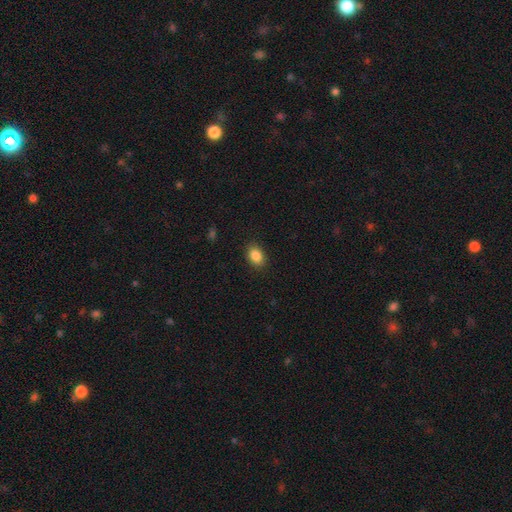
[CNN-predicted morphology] This appears to be a smooth galaxy with no disk features (88%) that is in between round and cigar-shaped (80%). Merging: none (88%).